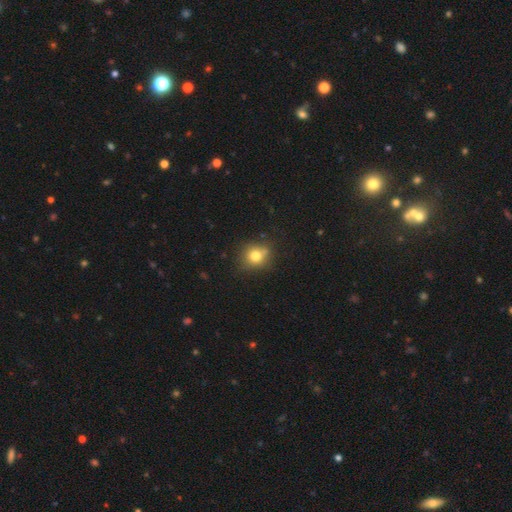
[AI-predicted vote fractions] smooth-or-featured: smooth: 77% | star or artifact: 12% | featured or disk: 10%
  how-rounded: round: 75% | in between: 23% | cigar-shaped: 1%
  merging: none: 72% | minor disturbance: 19% | merger: 5% | major disturbance: 4%